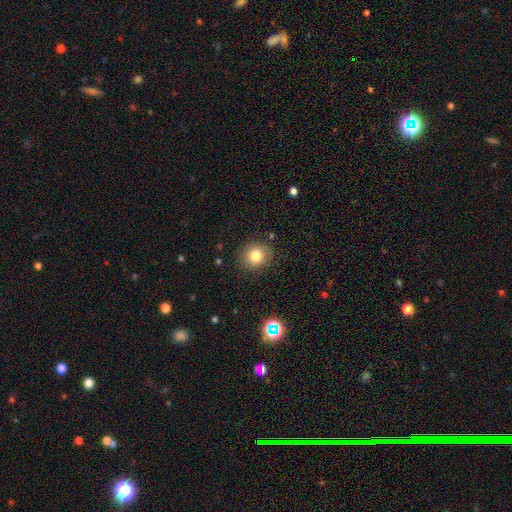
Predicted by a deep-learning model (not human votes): smooth_or_featured: smooth (p=0.81) [alt: star or artifact p=0.12]
how_rounded: round (p=0.85) [alt: in between p=0.15]
merging: none (p=0.87) [alt: minor disturbance p=0.09]